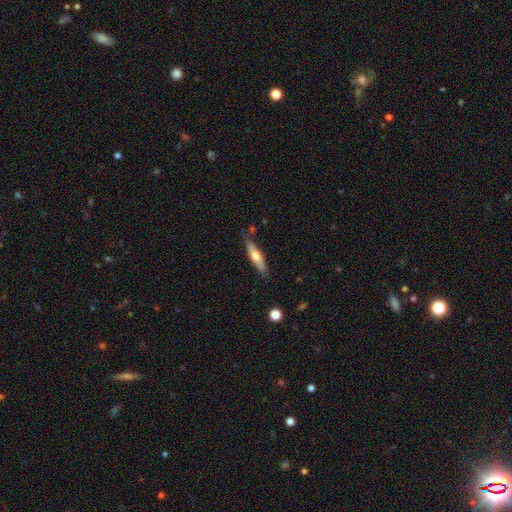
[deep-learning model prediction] A smooth galaxy with no disk features (56%) that is cigar-shaped (76%). Merging: none (80%).